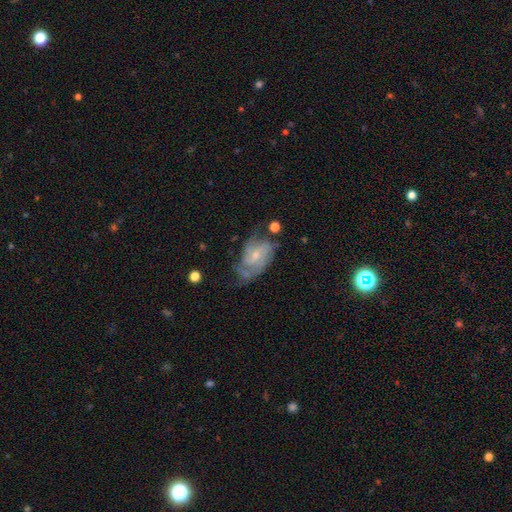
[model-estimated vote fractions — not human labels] Morphology: type=featured or disk (73%); edge-on=no (96%); bar=weak (46%); spiral arms=yes (86%); winding=medium (44%); arm count=2 (47%); bulge=small (60%); merging=none (44%).